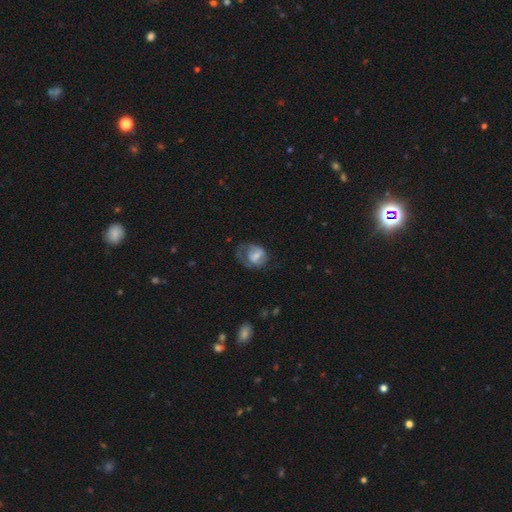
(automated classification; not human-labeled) smooth 48%, featured or disk 44%, star or artifact 8%. Down the decision tree: merging — major disturbance (39%).